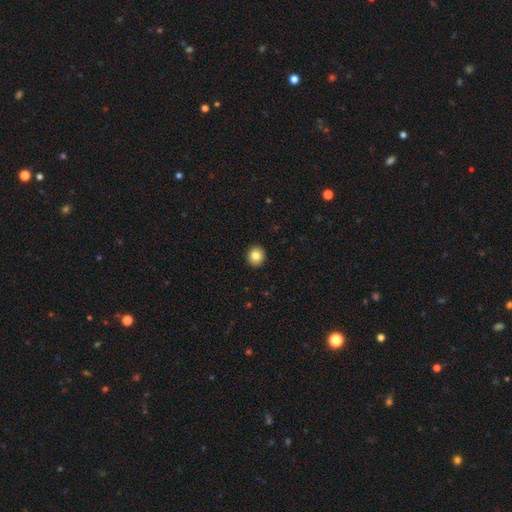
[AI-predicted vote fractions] smooth_or_featured: smooth (p=0.84) [alt: star or artifact p=0.09]
how_rounded: round (p=0.84) [alt: in between p=0.15]
merging: none (p=0.93) [alt: minor disturbance p=0.05]